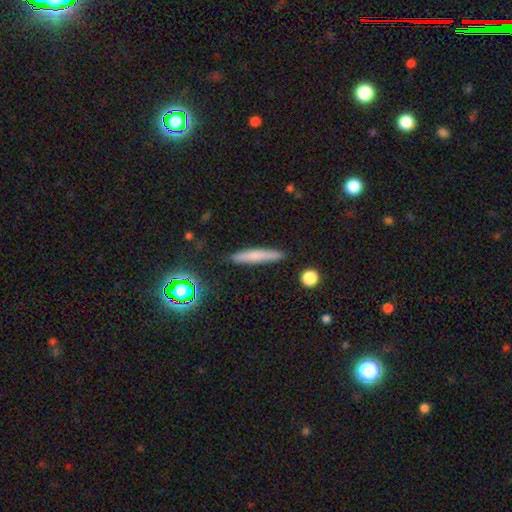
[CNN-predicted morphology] Smooth or featured: smooth — 67% (featured or disk — 23%)
How rounded: cigar-shaped — 92% (in between — 6%)
Merging: none — 88% (minor disturbance — 8%)